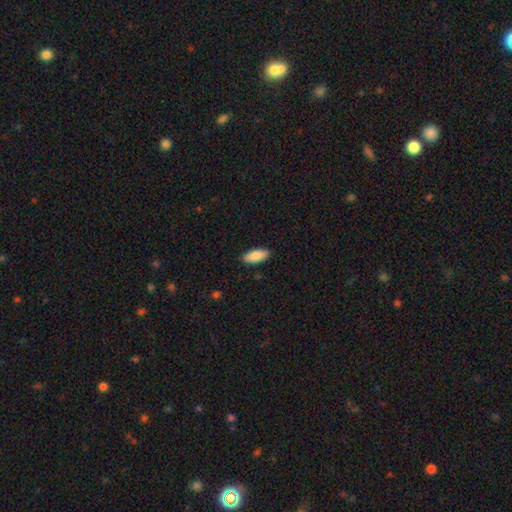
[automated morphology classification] smooth_or_featured: smooth (p=0.88) [alt: featured or disk p=0.06]
how_rounded: in between (p=0.85) [alt: cigar-shaped p=0.13]
merging: none (p=0.88) [alt: minor disturbance p=0.09]